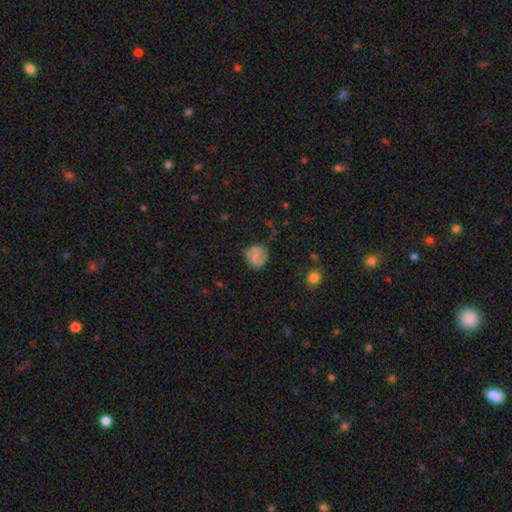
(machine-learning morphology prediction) The model was most divided on "smooth or featured": smooth: 53%, featured or disk: 37%, star or artifact: 9%. More confident: how rounded — round (79%); merging — none (72%).